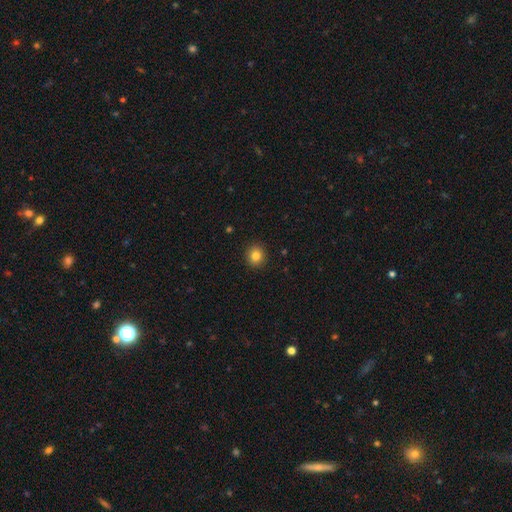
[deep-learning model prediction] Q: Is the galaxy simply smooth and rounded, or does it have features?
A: smooth — 83%.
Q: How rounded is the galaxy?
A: round — 87%.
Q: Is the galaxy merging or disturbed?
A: none — 92%.